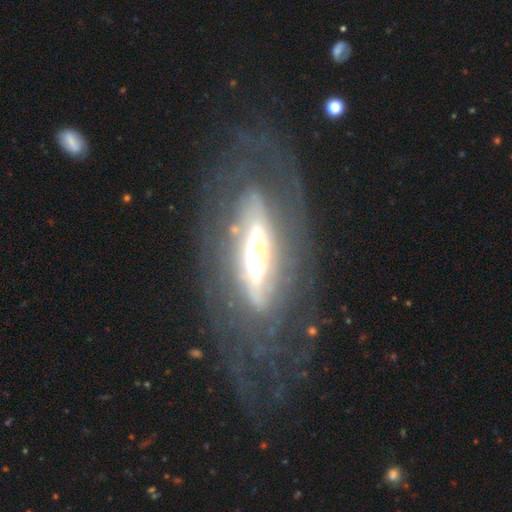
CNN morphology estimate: Q: Smooth or featured?
A: featured or disk (84%); runner-up: smooth (10%)
Q: Edge-on disk?
A: no (72%); runner-up: yes (28%)
Q: Bar?
A: strong (48%); runner-up: no (30%)
Q: Spiral arms?
A: yes (79%); runner-up: no (21%)
Q: Bulge size?
A: moderate (45%); runner-up: large (26%)
Q: Merging?
A: none (63%); runner-up: minor disturbance (18%)